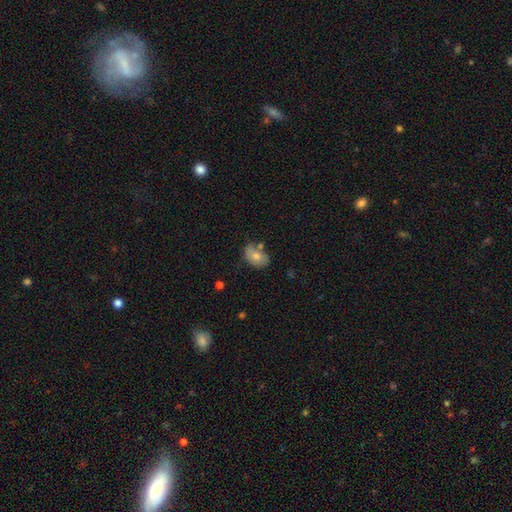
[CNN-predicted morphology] smooth_or_featured: smooth (p=0.75) [alt: featured or disk p=0.18]
how_rounded: in between (p=0.84) [alt: round p=0.15]
merging: none (p=0.59) [alt: minor disturbance p=0.23]